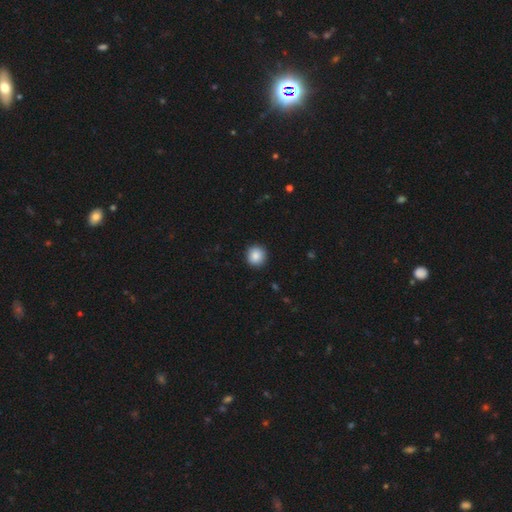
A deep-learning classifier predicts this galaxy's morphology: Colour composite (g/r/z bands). It shows a smooth galaxy with no disk features (87%) that is round (94%). Merging: none (92%).